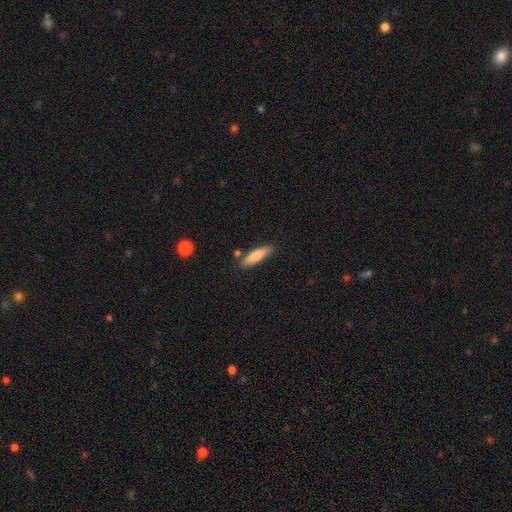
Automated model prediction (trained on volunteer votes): A smooth galaxy with no disk features (81%) that is cigar-shaped (71%).

Vote fractions:
- Smooth or featured? smooth: 81% / featured or disk: 13% / star or artifact: 6%
- How rounded? cigar-shaped: 71% / in between: 28% / round: 2%
- Merging? none: 80% / minor disturbance: 13% / merger: 5% / major disturbance: 3%